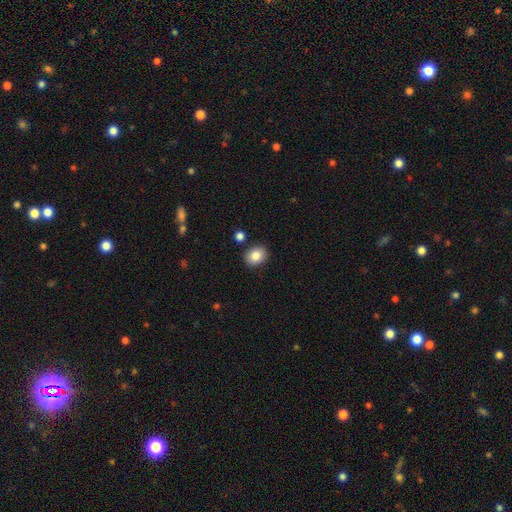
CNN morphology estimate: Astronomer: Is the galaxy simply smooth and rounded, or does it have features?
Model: smooth — 85%.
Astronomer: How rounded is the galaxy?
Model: round — 50% (runner-up: in between, 49%).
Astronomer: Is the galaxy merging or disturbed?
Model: none — 86%.